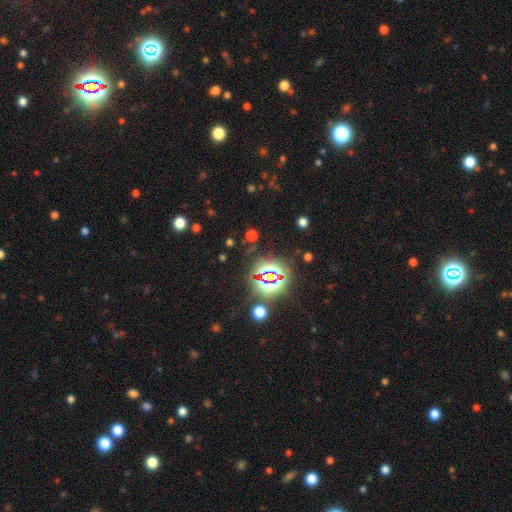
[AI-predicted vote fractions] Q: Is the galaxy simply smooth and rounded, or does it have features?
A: star or artifact — 81%.